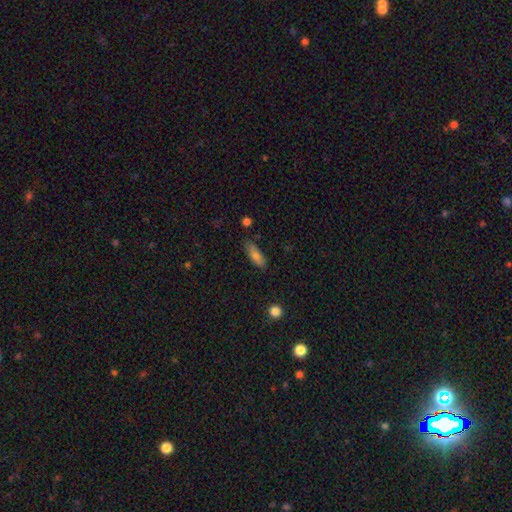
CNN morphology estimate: Overall: smooth (77%). How rounded: in between (67%; cigar-shaped 30%). Merging: none (77%).